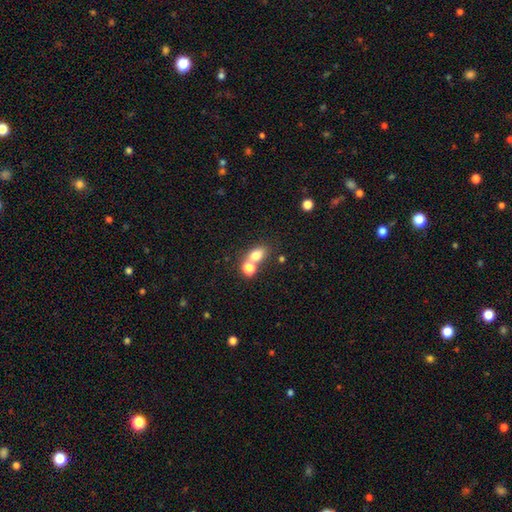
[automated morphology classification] This is likely a smooth galaxy (75%). How rounded: likely in between (64%). Merging: possibly merger (46%).